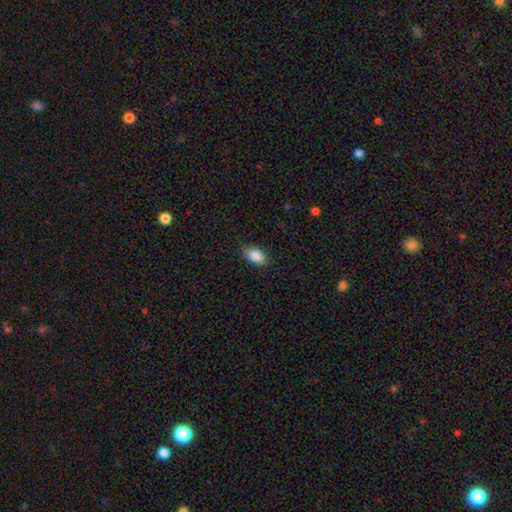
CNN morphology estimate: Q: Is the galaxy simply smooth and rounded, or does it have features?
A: smooth — 87%.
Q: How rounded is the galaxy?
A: in between — 92%.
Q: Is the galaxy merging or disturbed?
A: none — 86%.